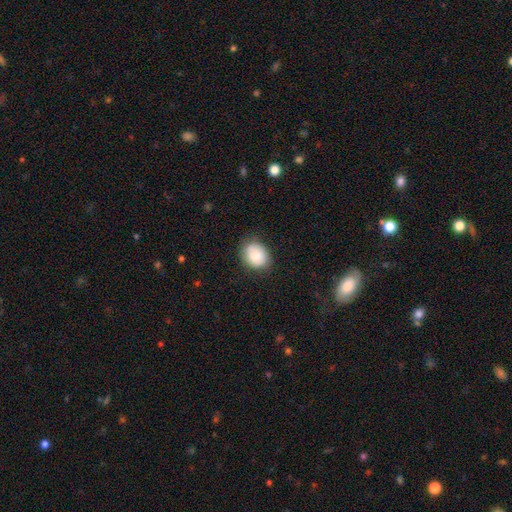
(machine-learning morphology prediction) This is likely a smooth galaxy (79%). How rounded: possibly round (51%). Merging: clearly none (81%).